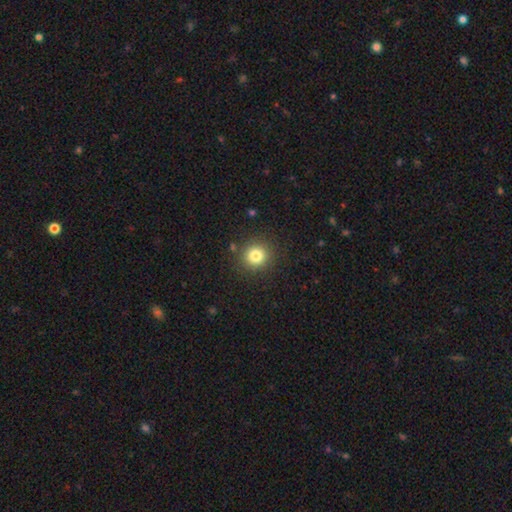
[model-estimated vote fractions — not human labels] smooth_or_featured: smooth (p=0.81) [alt: star or artifact p=0.12]
how_rounded: round (p=0.92) [alt: in between p=0.07]
merging: none (p=0.88) [alt: minor disturbance p=0.07]